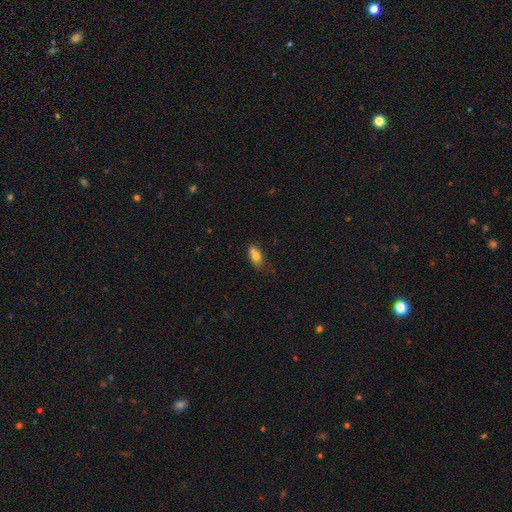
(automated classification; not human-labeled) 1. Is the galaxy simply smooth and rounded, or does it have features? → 72% smooth, 18% featured or disk, 10% star or artifact.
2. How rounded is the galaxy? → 77% in between, 14% round, 8% cigar-shaped.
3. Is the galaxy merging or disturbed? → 37% none, 36% merger, 19% minor disturbance, 7% major disturbance.